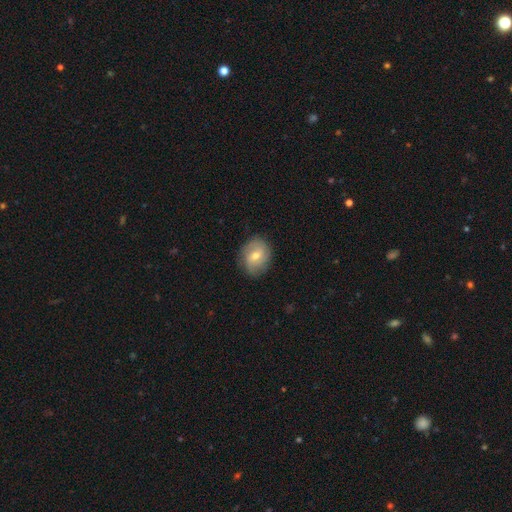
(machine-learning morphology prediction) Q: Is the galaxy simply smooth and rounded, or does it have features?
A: smooth — 48%.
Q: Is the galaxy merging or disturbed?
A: none — 80%.